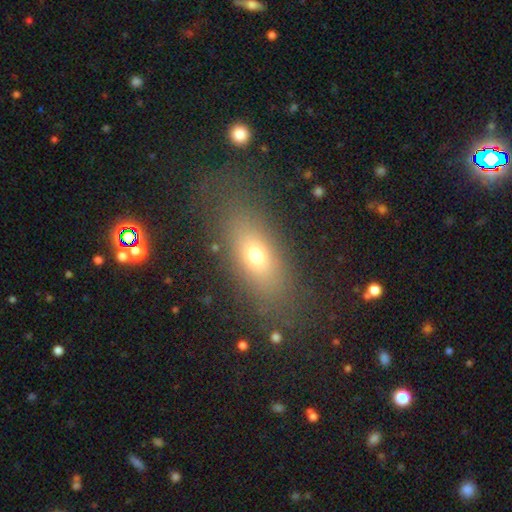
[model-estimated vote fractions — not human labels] Smooth or featured? Predicted: smooth (p=0.66). How rounded? Predicted: in between (p=0.66). Merging? Predicted: none (p=0.81).